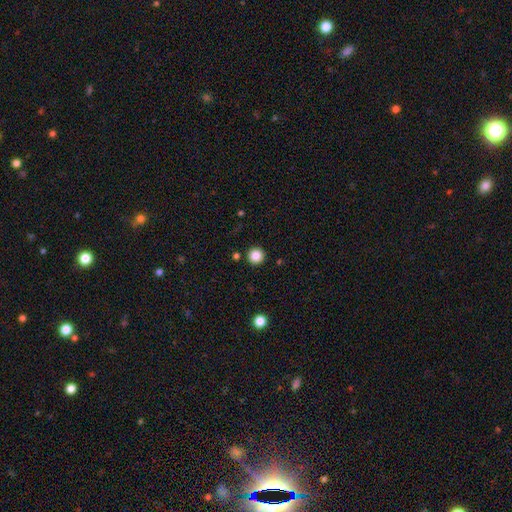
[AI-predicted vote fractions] The model was most divided on "smooth or featured": smooth: 86%, star or artifact: 11%, featured or disk: 4%. More confident: how rounded — round (96%); merging — none (92%).